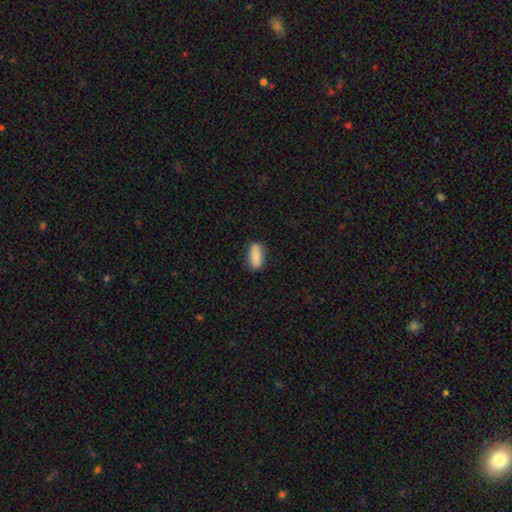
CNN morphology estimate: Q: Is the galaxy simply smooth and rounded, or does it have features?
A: smooth — 79%.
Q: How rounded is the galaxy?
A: in between — 79%.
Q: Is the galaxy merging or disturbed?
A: none — 83%.